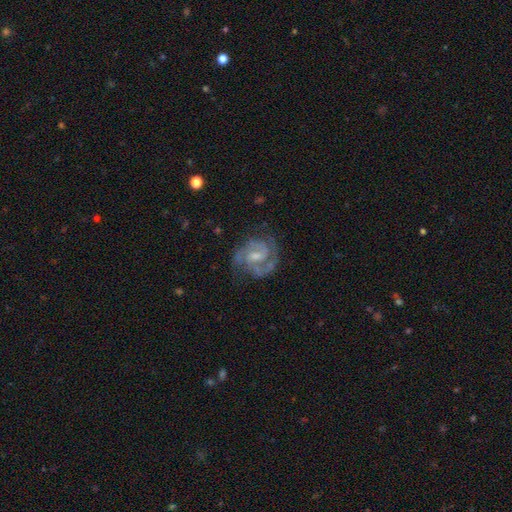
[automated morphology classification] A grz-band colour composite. It shows a featured or disk galaxy (87%) with a weak bar (55%), 2 (69%) medium (47%) spiral arms (97%) and a small central bulge (50%). Merging: none (71%).